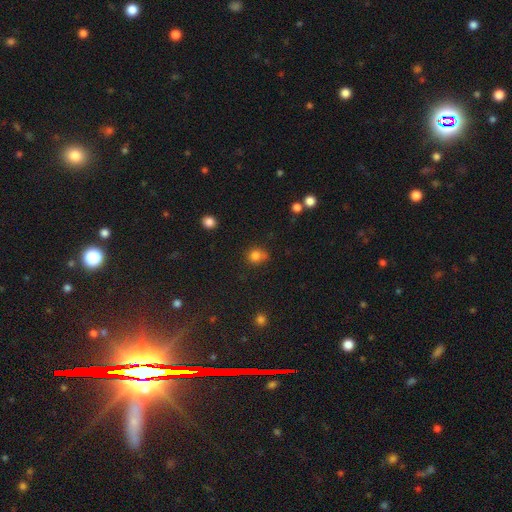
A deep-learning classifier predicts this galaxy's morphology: type=smooth (80%); roundness=round (76%); merging=none (57%).